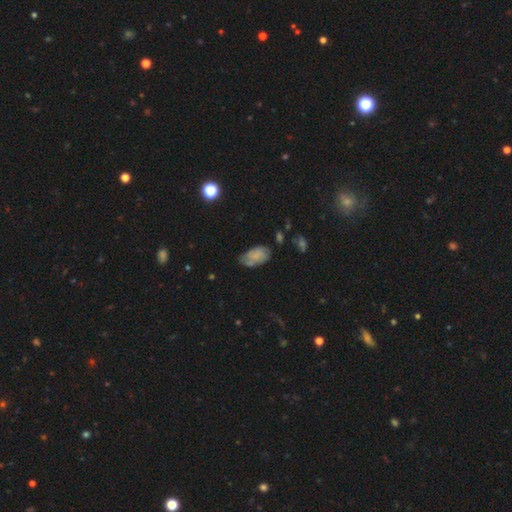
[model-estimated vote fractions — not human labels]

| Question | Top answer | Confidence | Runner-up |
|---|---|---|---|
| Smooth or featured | smooth | 65% | featured or disk (26%) |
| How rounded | in between | 93% | round (4%) |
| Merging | none | 51% | minor disturbance (33%) |